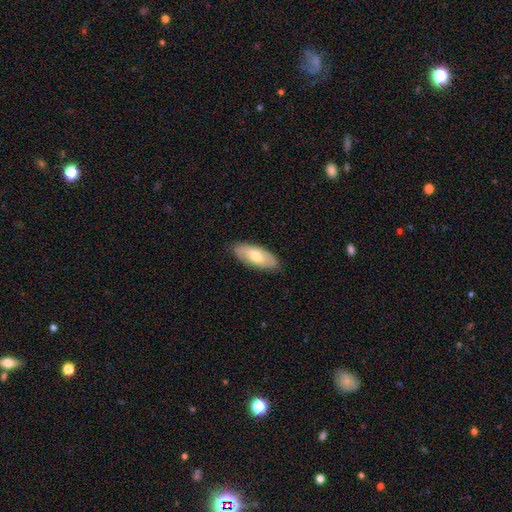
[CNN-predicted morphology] Overall: smooth (63%; featured or disk 32%). How rounded: in between (85%). Merging: none (85%).